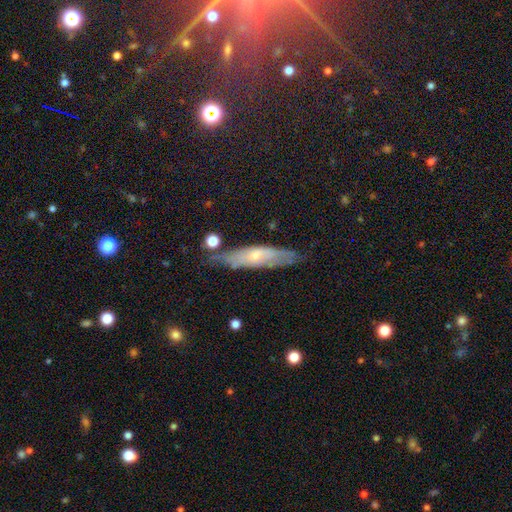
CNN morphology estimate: Q: Smooth or featured?
A: featured or disk (51%); runner-up: smooth (42%)
Q: Edge-on disk?
A: yes (57%); runner-up: no (43%)
Q: Merging?
A: none (69%); runner-up: minor disturbance (22%)